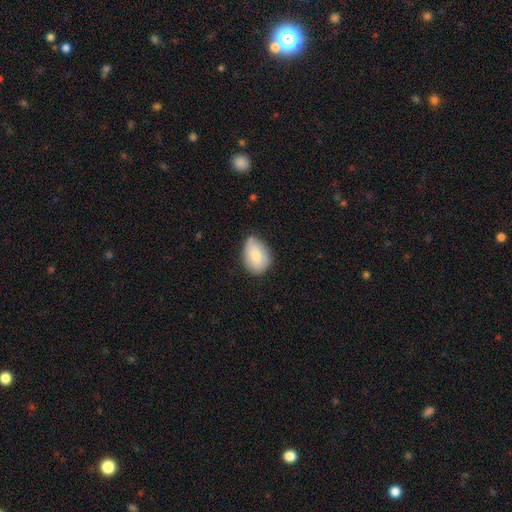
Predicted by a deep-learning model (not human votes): This is likely a smooth galaxy (74%). How rounded: likely in between (72%). Merging: likely none (60%).